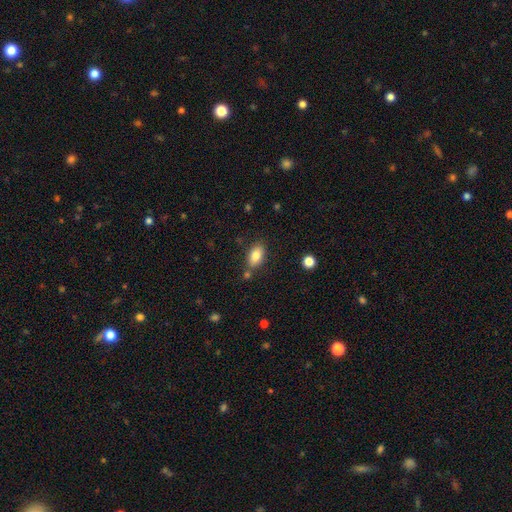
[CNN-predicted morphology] Smooth or featured?
  - smooth: 83% *
  - featured or disk: 9%
  - star or artifact: 8%
How rounded?
  - in between: 90% *
  - round: 7%
  - cigar-shaped: 3%
Merging?
  - none: 76% *
  - minor disturbance: 13%
  - merger: 8%
  - major disturbance: 3%